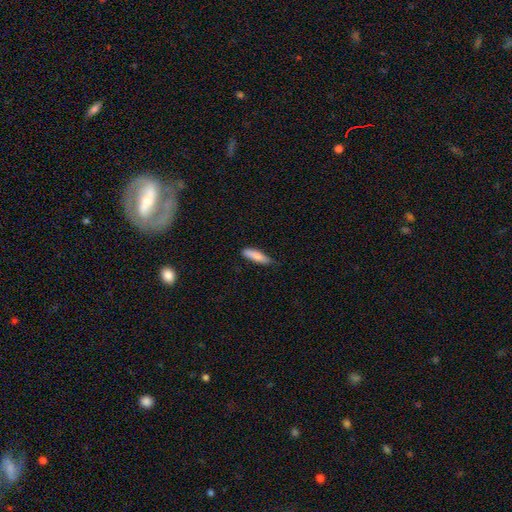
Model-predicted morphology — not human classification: A smooth galaxy with no disk features (84%) that is cigar-shaped (65%). Merging: none (73%).